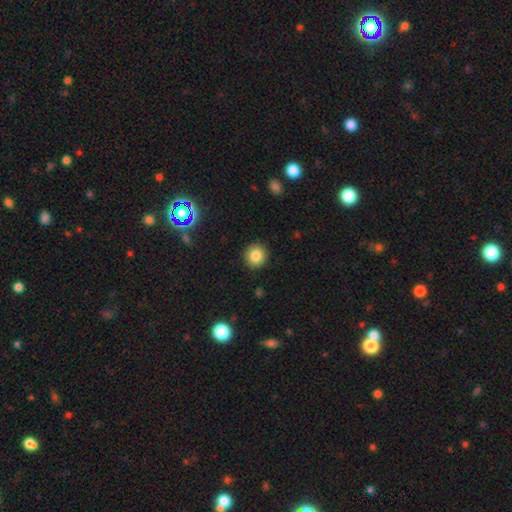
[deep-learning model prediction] Smooth or featured? Predicted: smooth (p=0.84). How rounded? Predicted: round (p=0.91). Merging? Predicted: none (p=0.91).